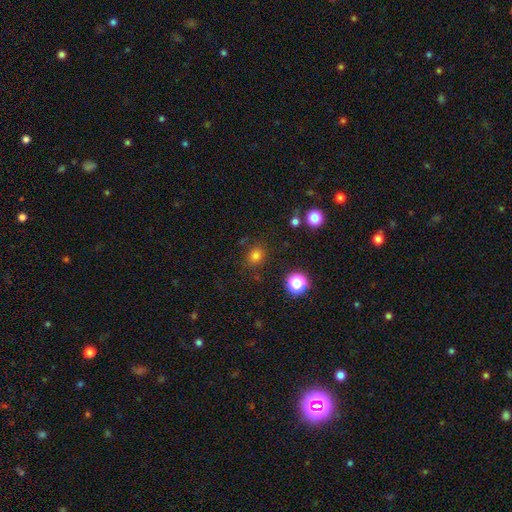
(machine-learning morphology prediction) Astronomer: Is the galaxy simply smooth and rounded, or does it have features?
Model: smooth — 75%.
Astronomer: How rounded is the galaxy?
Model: round — 76%.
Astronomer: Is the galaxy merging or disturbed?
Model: none — 82%.